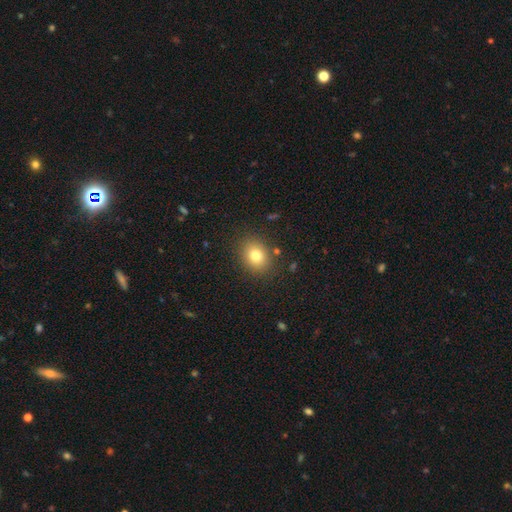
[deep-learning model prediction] Smooth or featured? smooth (79%)
How rounded? round (55%)
Merging? none (86%)